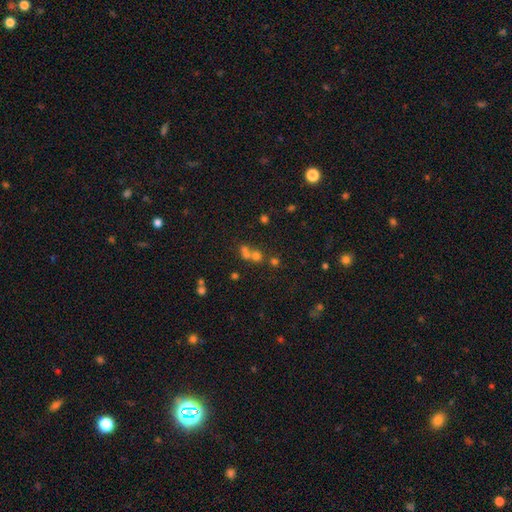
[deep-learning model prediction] A smooth galaxy with no disk features (58%) that is round (83%). Merging: merger (51%).